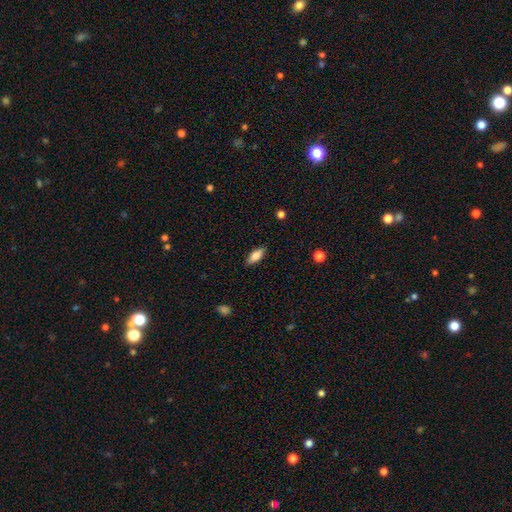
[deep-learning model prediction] A smooth galaxy with no disk features (80%) that is in between round and cigar-shaped (77%).

Vote fractions:
- Smooth or featured? smooth: 80% / featured or disk: 13% / star or artifact: 7%
- How rounded? in between: 77% / cigar-shaped: 20% / round: 2%
- Merging? none: 87% / minor disturbance: 10% / major disturbance: 2% / merger: 1%